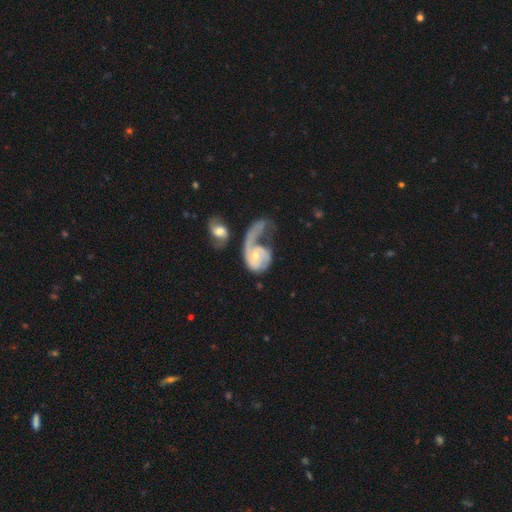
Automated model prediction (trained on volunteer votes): The model was most divided on "bulge size": moderate: 49%, small: 44%, large: 3%, none: 2%, dominant: 1%. Remaining: edge-on disk — no (97%); spiral arms — yes (86%); smooth or featured — featured or disk (77%); bar — no (71%); spiral arm count — 1 (64%); merging — major disturbance (44%); spiral winding — loose (43%).